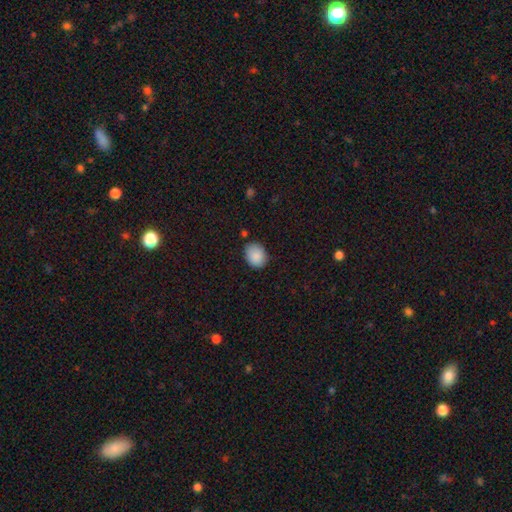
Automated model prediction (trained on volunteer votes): Morphology: type=smooth (88%); roundness=in between (59%); merging=none (77%).